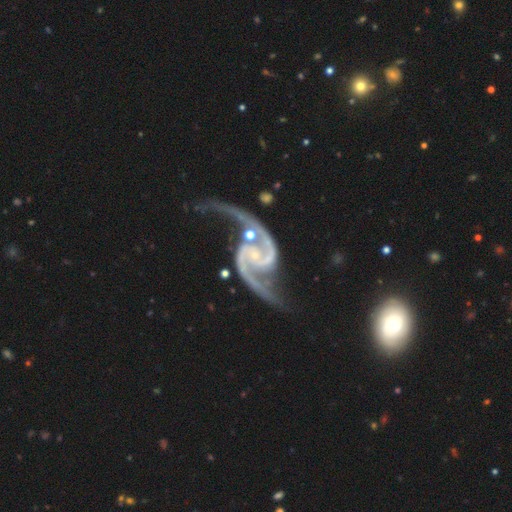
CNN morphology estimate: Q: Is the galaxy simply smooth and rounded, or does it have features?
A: featured or disk — 95%.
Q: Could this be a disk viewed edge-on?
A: no — 98%.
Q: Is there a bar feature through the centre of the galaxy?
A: no — 53%.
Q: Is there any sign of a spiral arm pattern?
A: yes — 98%.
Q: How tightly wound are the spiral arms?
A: loose — 47%.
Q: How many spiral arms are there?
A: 2 — 94%.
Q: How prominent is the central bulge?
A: small — 80%.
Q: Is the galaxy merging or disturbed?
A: none — 49%.